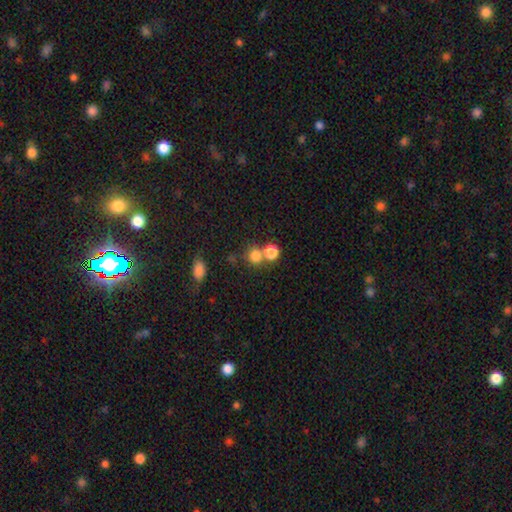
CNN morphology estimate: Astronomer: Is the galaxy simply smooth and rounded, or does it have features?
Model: smooth — 79%.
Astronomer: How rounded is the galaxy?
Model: round — 82%.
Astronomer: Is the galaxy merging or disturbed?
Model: none — 52% (runner-up: merger, 36%).